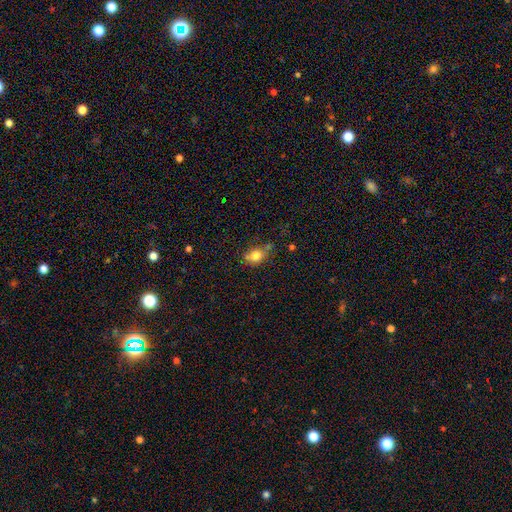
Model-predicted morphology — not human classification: This is likely a smooth galaxy (79%). How rounded: possibly round (53%). Merging: possibly none (58%).